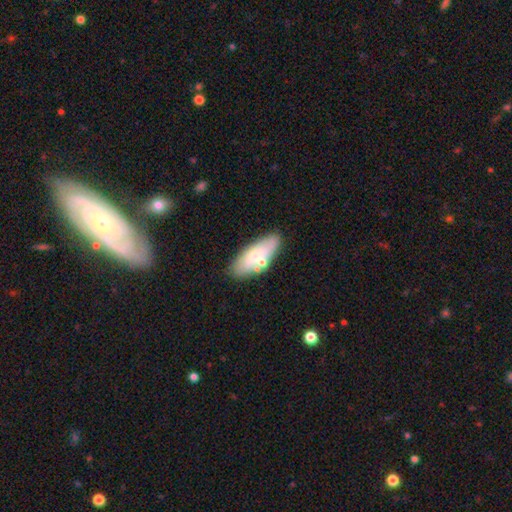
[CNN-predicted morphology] Overall: smooth (62%; featured or disk 31%). How rounded: in between (76%). Merging: none (68%).